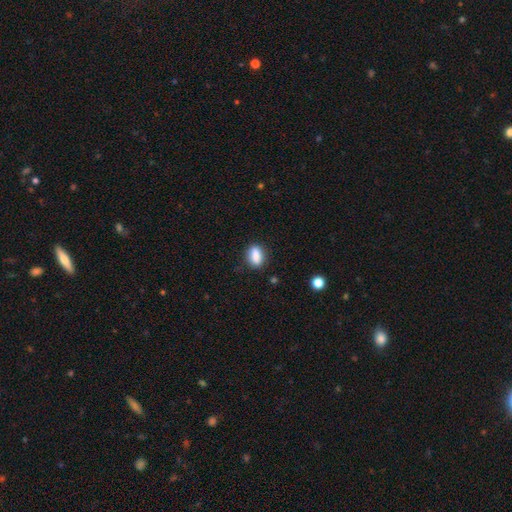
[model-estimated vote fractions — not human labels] smooth 84%, star or artifact 8%, featured or disk 7%. Down the decision tree: how rounded — in between (77%); merging — none (82%).